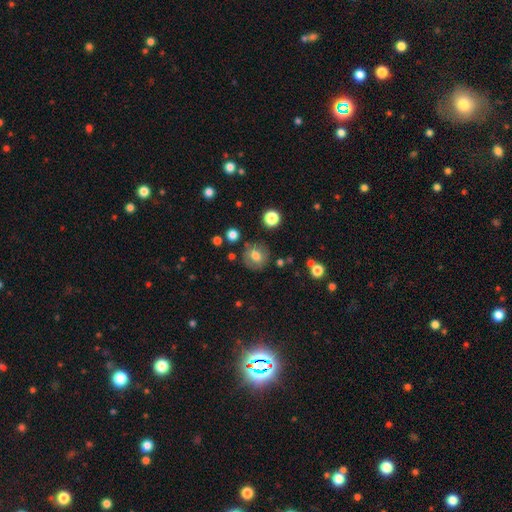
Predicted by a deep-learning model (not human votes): Smooth or featured?
  - smooth: 69% *
  - featured or disk: 20%
  - star or artifact: 11%
How rounded?
  - round: 83% *
  - in between: 16%
  - cigar-shaped: 1%
Merging?
  - none: 80% *
  - minor disturbance: 12%
  - major disturbance: 4%
  - merger: 3%